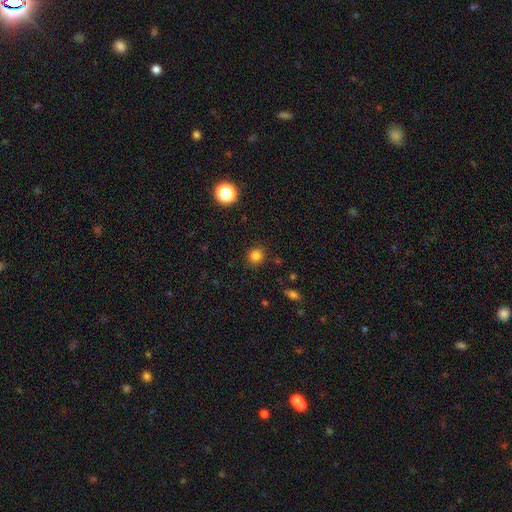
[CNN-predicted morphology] Overall: smooth (82%). How rounded: round (90%). Merging: none (88%).